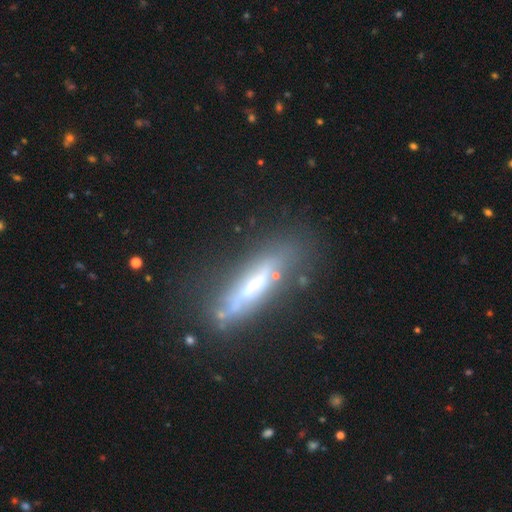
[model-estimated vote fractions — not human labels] The model was most divided on "smooth or featured": featured or disk: 57%, smooth: 32%, star or artifact: 11%. More confident: edge-on disk — yes (73%); merging — none (71%).